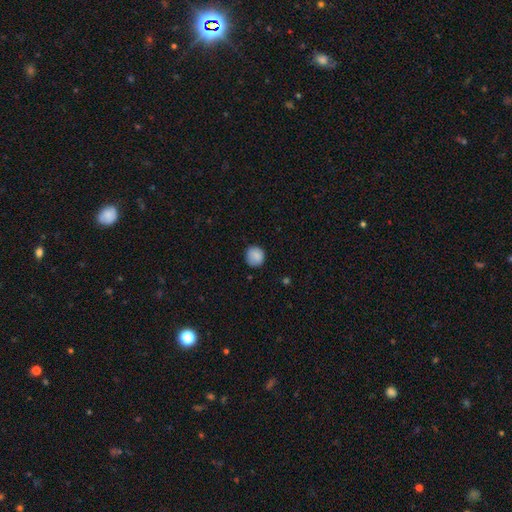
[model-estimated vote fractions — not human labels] Smooth or featured? Predicted: smooth (p=0.87). How rounded? Predicted: round (p=0.89). Merging? Predicted: none (p=0.85).